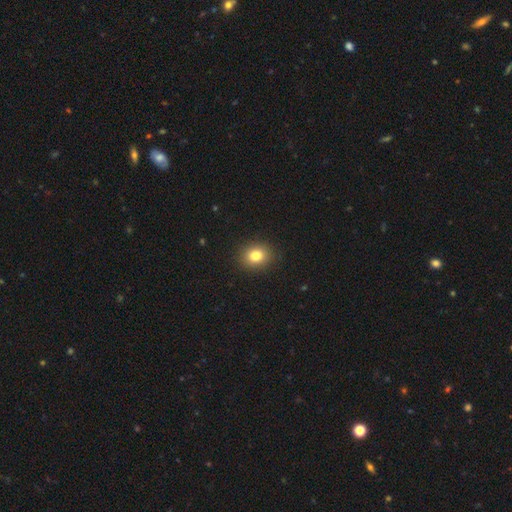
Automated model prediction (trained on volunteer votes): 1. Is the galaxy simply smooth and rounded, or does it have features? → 81% smooth, 11% star or artifact, 8% featured or disk.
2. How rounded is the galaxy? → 58% round, 42% in between, 1% cigar-shaped.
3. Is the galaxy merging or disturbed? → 90% none, 7% minor disturbance, 2% major disturbance, 1% merger.